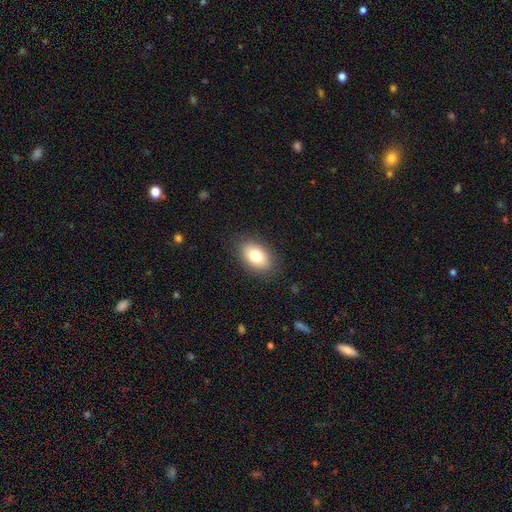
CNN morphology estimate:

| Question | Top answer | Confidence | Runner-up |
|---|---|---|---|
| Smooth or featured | smooth | 82% | featured or disk (10%) |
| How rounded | in between | 89% | round (9%) |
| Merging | none | 86% | minor disturbance (10%) |